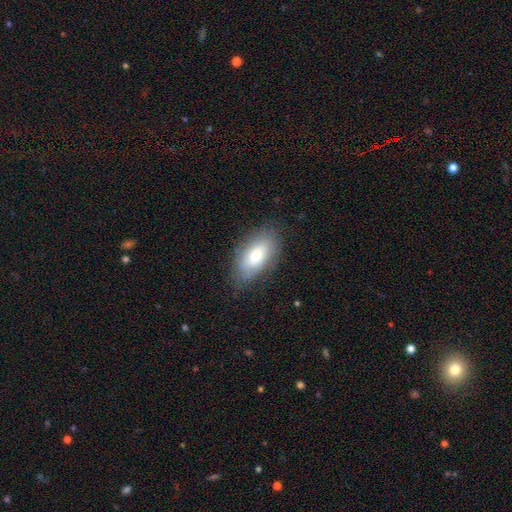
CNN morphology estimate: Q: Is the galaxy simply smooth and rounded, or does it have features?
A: smooth — 72%.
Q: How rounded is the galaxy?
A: in between — 92%.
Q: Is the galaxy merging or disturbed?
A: none — 77%.